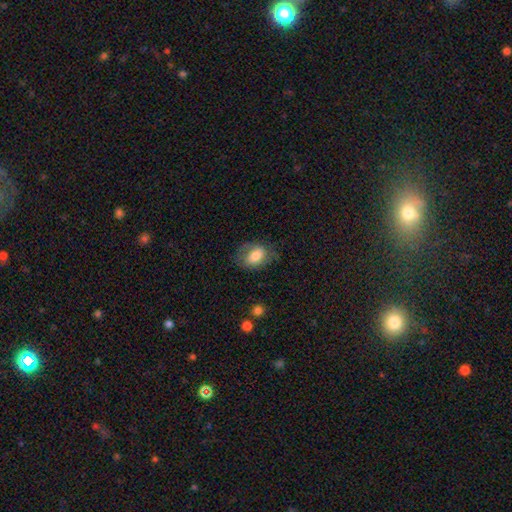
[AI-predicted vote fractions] Q: Smooth or featured?
A: smooth (70%); runner-up: featured or disk (22%)
Q: How rounded?
A: in between (79%); runner-up: round (20%)
Q: Merging?
A: none (62%); runner-up: minor disturbance (23%)